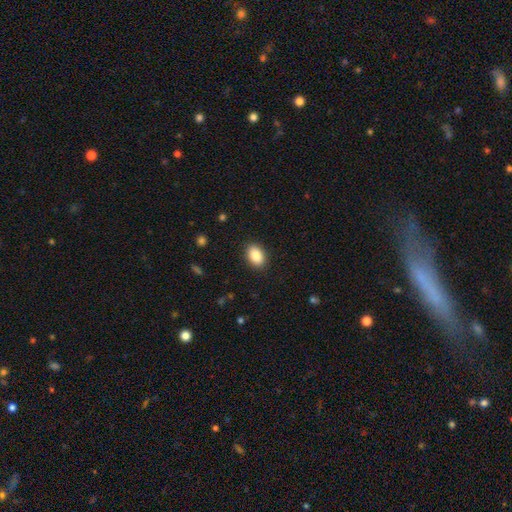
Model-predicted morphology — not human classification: Overall: smooth (87%). How rounded: in between (87%). Merging: none (89%).